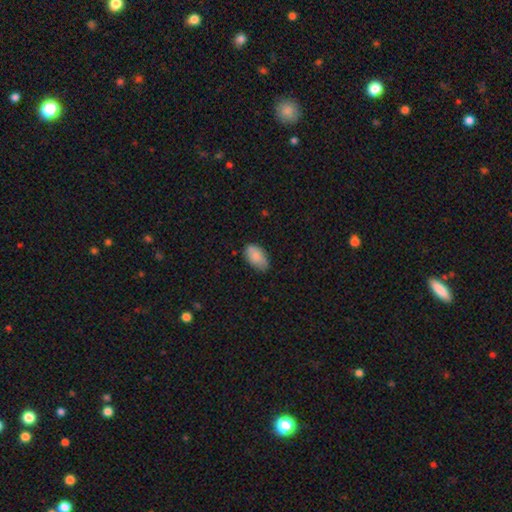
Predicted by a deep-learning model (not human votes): smooth-or-featured: smooth: 84% | featured or disk: 9% | star or artifact: 7%
  how-rounded: in between: 94% | round: 4% | cigar-shaped: 2%
  merging: none: 72% | minor disturbance: 23% | major disturbance: 4% | merger: 1%